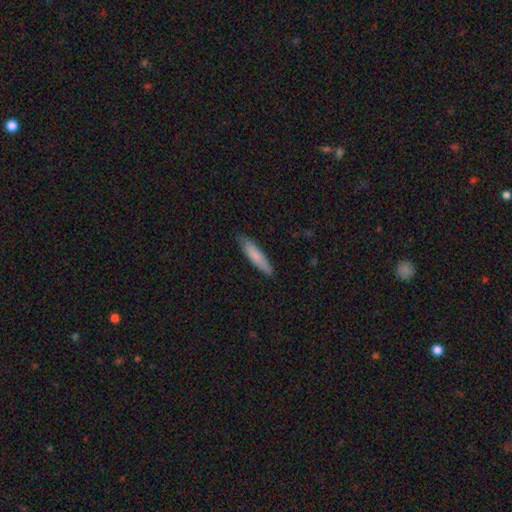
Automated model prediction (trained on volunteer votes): A smooth galaxy with no disk features (80%) that is cigar-shaped (85%).

Vote fractions:
- Smooth or featured? smooth: 80% / featured or disk: 15% / star or artifact: 6%
- How rounded? cigar-shaped: 85% / in between: 14% / round: 1%
- Merging? none: 87% / minor disturbance: 11% / major disturbance: 2% / merger: 1%